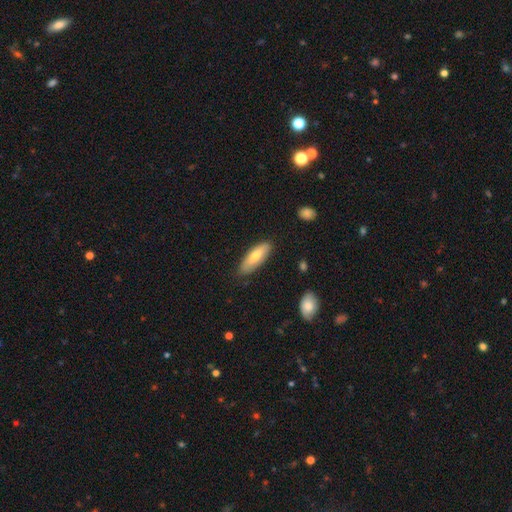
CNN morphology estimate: This appears to be a smooth galaxy with no disk features (71%) that is in between round and cigar-shaped (65%). Merging: none (79%).